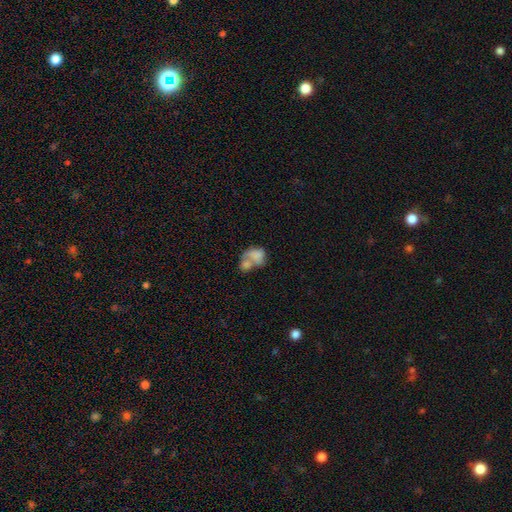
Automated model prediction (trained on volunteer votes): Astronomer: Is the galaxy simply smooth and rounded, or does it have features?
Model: smooth — 67%.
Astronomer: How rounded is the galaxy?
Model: in between — 68%.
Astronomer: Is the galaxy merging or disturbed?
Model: merger — 68%.